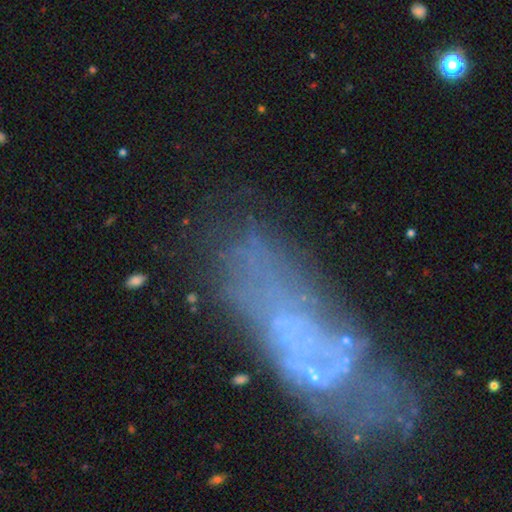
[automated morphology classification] Overall: featured or disk (52%; smooth 26%). Edge-on disk: no (83%). Merging: none (42%; major disturbance 26%).